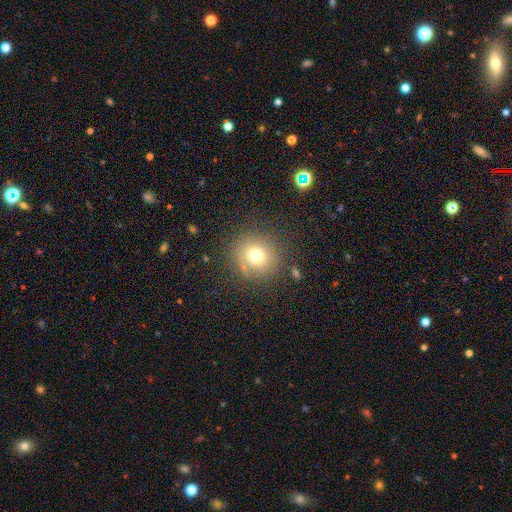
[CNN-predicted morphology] This is likely a smooth galaxy (70%). How rounded: clearly round (89%). Merging: likely none (80%).